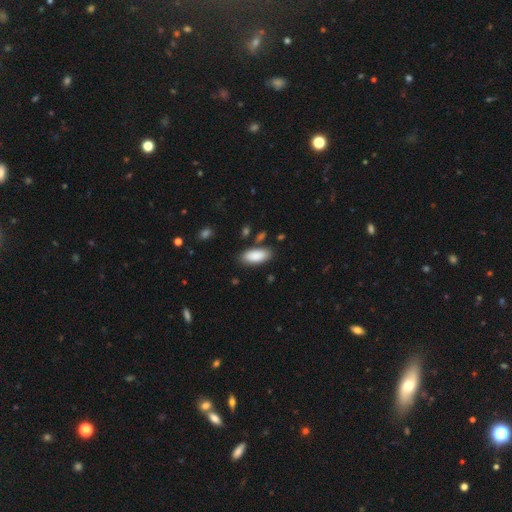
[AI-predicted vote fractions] Smooth or featured? Predicted: smooth (p=0.89). How rounded? Predicted: in between (p=0.88). Merging? Predicted: none (p=0.81).